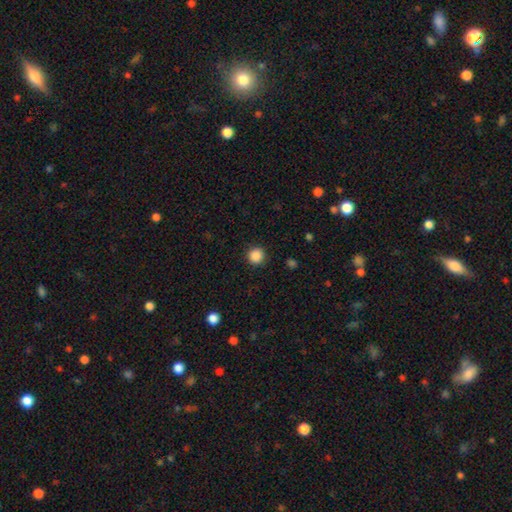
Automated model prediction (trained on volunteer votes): Smooth or featured? Predicted: smooth (p=0.88). How rounded? Predicted: round (p=0.94). Merging? Predicted: none (p=0.91).